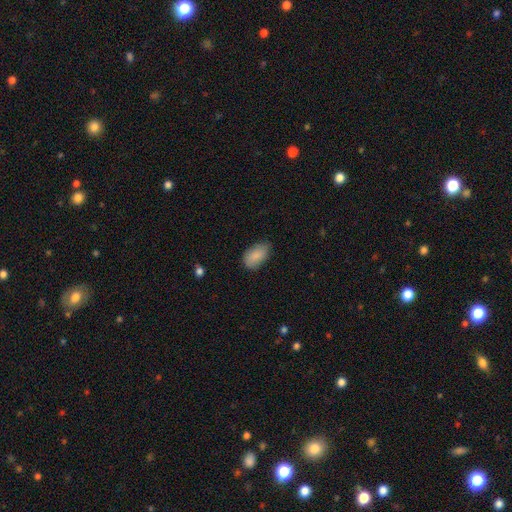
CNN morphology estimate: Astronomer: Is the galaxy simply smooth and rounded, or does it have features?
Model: smooth — 86%.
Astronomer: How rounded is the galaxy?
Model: in between — 93%.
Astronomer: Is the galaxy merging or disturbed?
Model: none — 69%.